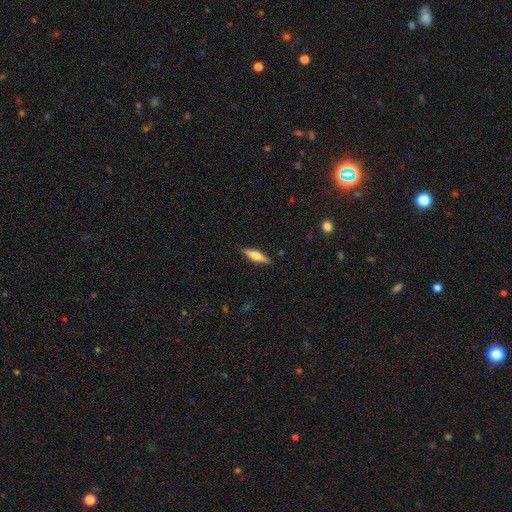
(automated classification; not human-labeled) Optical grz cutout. It shows a featured or disk galaxy (47%, tied with smooth). Merging: none (87%).